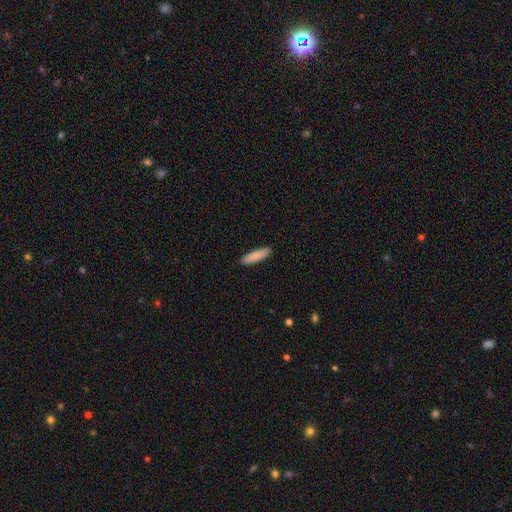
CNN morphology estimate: smooth 87%, featured or disk 8%, star or artifact 6%. Down the decision tree: how rounded — cigar-shaped (73%); merging — none (91%).